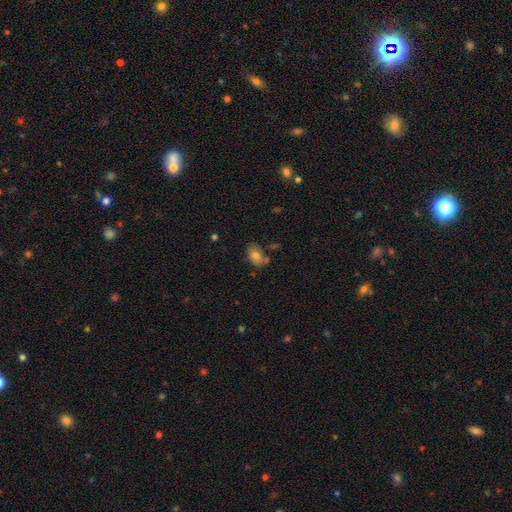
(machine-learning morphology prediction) smooth 78%, featured or disk 13%, star or artifact 9%. Down the decision tree: how rounded — in between (86%); merging — none (65%).